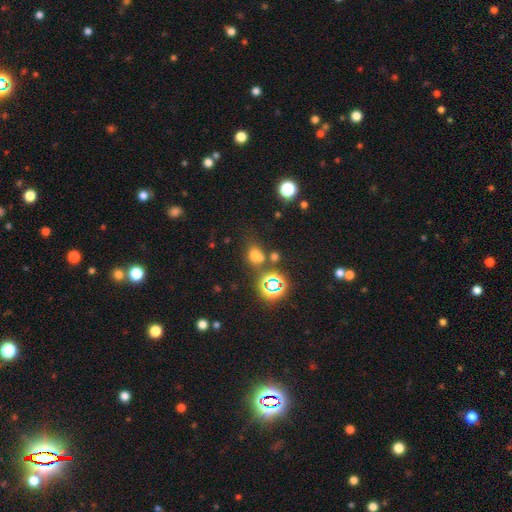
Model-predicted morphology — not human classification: type=smooth (60%); roundness=round (52%); merging=none (60%).